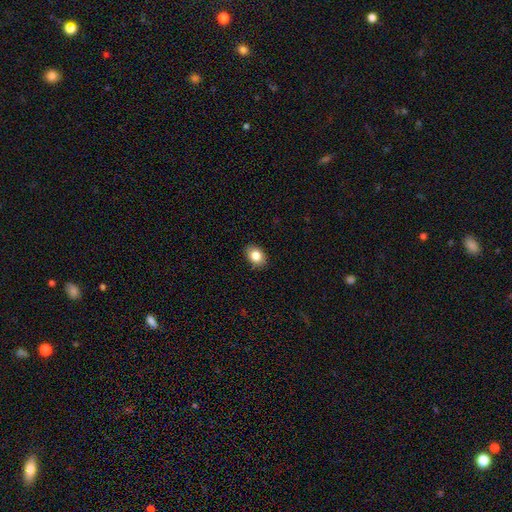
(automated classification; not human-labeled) Smooth or featured? smooth (83%)
How rounded? in between (69%)
Merging? none (89%)